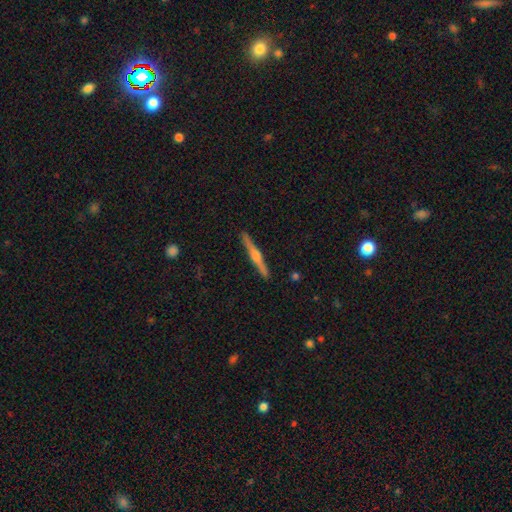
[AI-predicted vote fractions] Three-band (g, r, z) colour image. It shows a featured or disk galaxy (73%) viewed edge-on (98%) with a rounded central bulge (89%). Merging: none (92%).